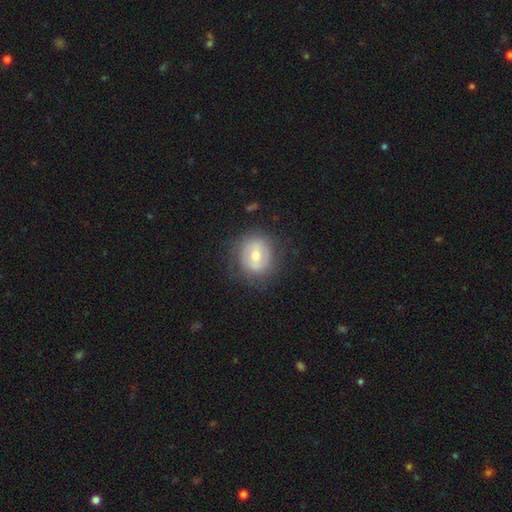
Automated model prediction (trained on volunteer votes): Q: Smooth or featured?
A: smooth (54%); runner-up: featured or disk (37%)
Q: How rounded?
A: round (79%); runner-up: in between (20%)
Q: Merging?
A: none (76%); runner-up: minor disturbance (15%)